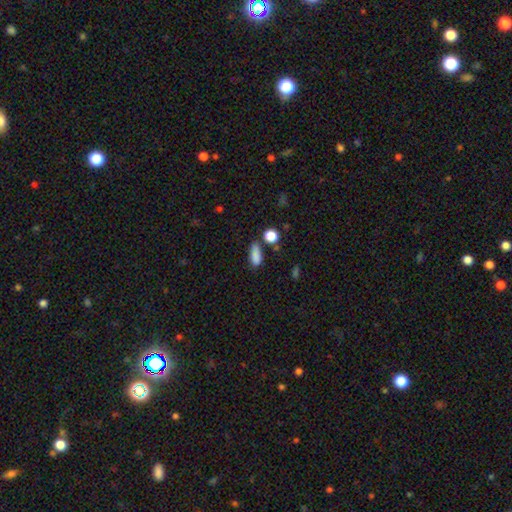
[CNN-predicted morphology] smooth_or_featured: smooth (p=0.84) [alt: star or artifact p=0.10]
how_rounded: in between (p=0.70) [alt: cigar-shaped p=0.23]
merging: none (p=0.62) [alt: minor disturbance p=0.22]